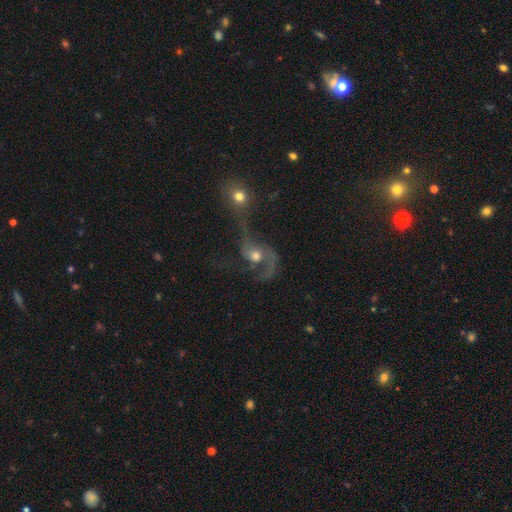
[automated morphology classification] The model was most divided on "merging": merger: 48%, major disturbance: 25%, none: 18%, minor disturbance: 9%. More confident: edge-on disk — no (97%); spiral arms — yes (87%); smooth or featured — featured or disk (74%); bar — no (72%); spiral arm count — 2 (66%); bulge size — moderate (65%); spiral winding — loose (60%).